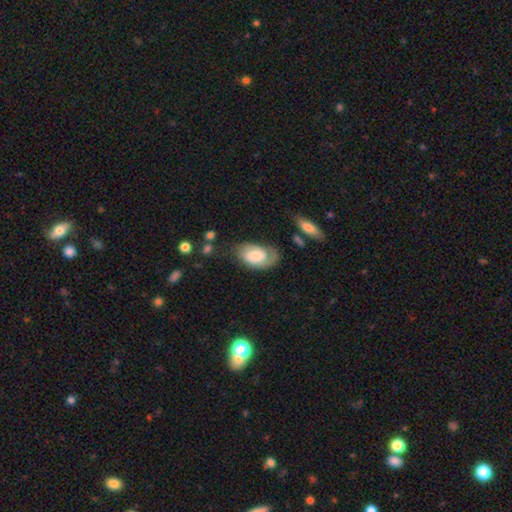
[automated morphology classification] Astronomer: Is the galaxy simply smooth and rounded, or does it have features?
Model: smooth — 50% (runner-up: featured or disk, 43%).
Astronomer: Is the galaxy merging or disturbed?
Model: none — 52%.